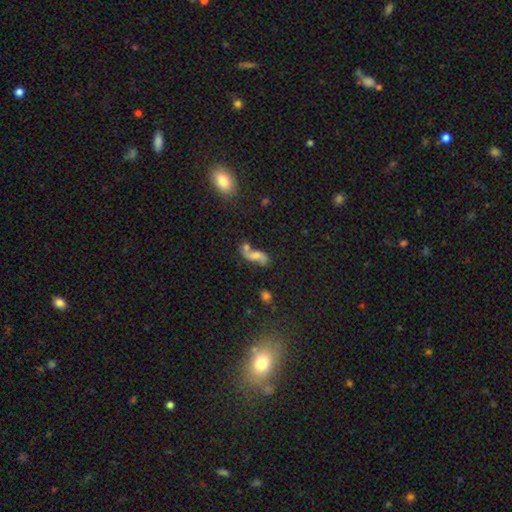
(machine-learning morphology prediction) This is possibly a featured or disk galaxy (56%). It is clearly not viewed edge-on (93%). Bar: possibly no (59%). Spiral arm pattern: clearly yes (82%). Central bulge: marginally moderate (33%). Merging: marginally none (39%).